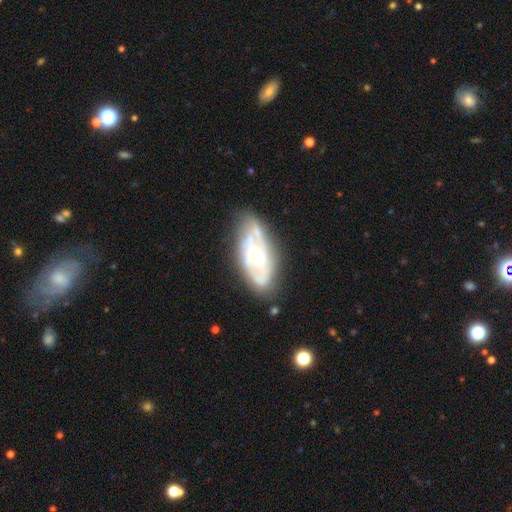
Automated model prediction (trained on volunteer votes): Smooth or featured: featured or disk — 77% (smooth — 17%)
Edge-on disk: no — 93% (yes — 7%)
Bar: no — 55% (weak — 34%)
Spiral arms: yes — 82% (no — 18%)
Spiral winding: tight — 52% (medium — 36%)
Spiral arm count: 2 — 49% (can't tell — 30%)
Bulge size: small — 47% (moderate — 46%)
Merging: none — 63% (minor disturbance — 23%)